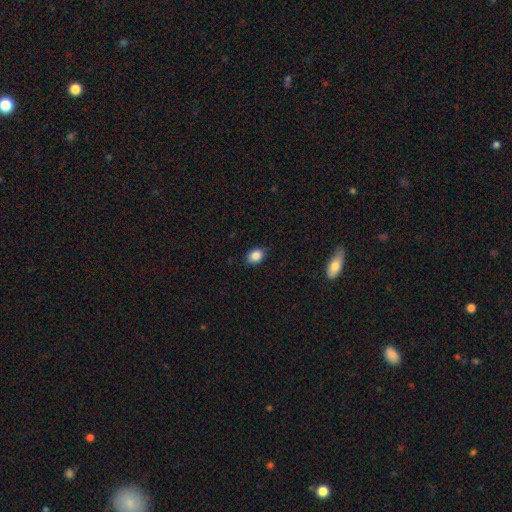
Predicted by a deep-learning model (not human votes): Smooth or featured?
  - smooth: 86% *
  - star or artifact: 9%
  - featured or disk: 5%
How rounded?
  - in between: 73% *
  - round: 25%
  - cigar-shaped: 1%
Merging?
  - none: 84% *
  - minor disturbance: 13%
  - major disturbance: 2%
  - merger: 1%